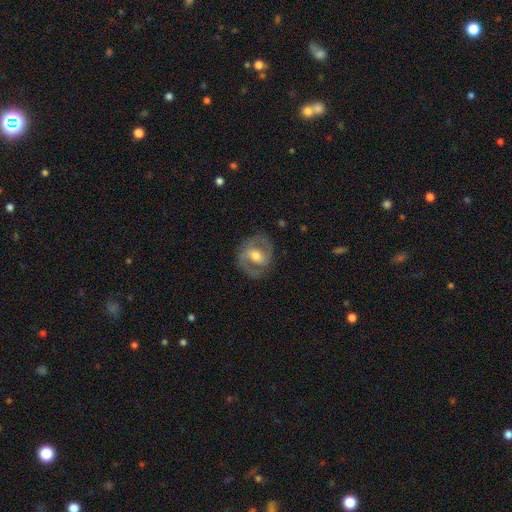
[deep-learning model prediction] smooth_or_featured: featured or disk (p=0.73) [alt: smooth p=0.21]
disk_edge_on: no (p=0.96) [alt: yes p=0.04]
bar: weak (p=0.45) [alt: strong p=0.29]
has_spiral_arms: yes (p=0.80) [alt: no p=0.20]
spiral_winding: medium (p=0.52) [alt: tight p=0.30]
spiral_arm_count: 2 (p=0.85) [alt: can't tell p=0.08]
bulge_size: moderate (p=0.68) [alt: small p=0.21]
merging: none (p=0.79) [alt: minor disturbance p=0.13]